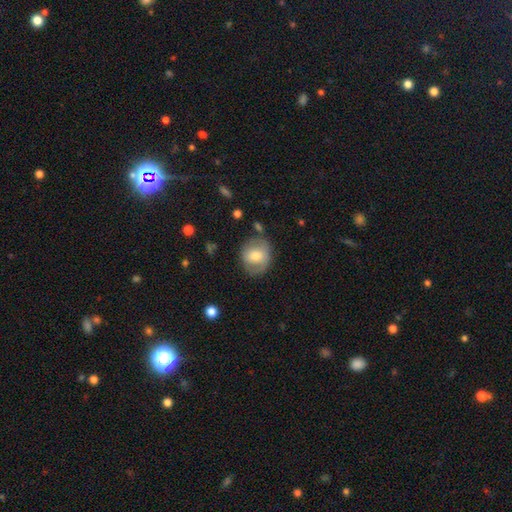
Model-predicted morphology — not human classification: A smooth galaxy with no disk features (57%) that is round (69%).

Vote fractions:
- Smooth or featured? smooth: 57% / featured or disk: 36% / star or artifact: 7%
- How rounded? round: 69% / in between: 30% / cigar-shaped: 1%
- Merging? none: 69% / minor disturbance: 20% / major disturbance: 8% / merger: 3%